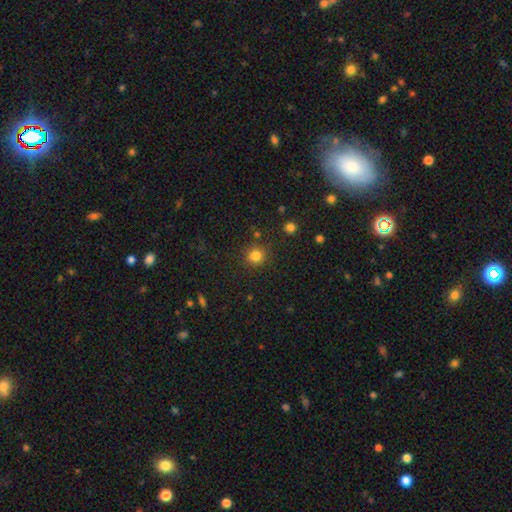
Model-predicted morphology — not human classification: smooth 81%, star or artifact 14%, featured or disk 5%. Down the decision tree: how rounded — round (92%); merging — none (86%).